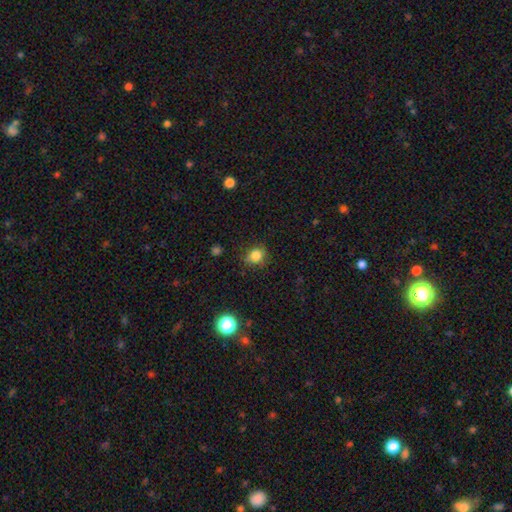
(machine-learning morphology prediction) Smooth or featured: smooth — 81% (star or artifact — 12%)
How rounded: round — 70% (in between — 29%)
Merging: none — 74% (minor disturbance — 20%)